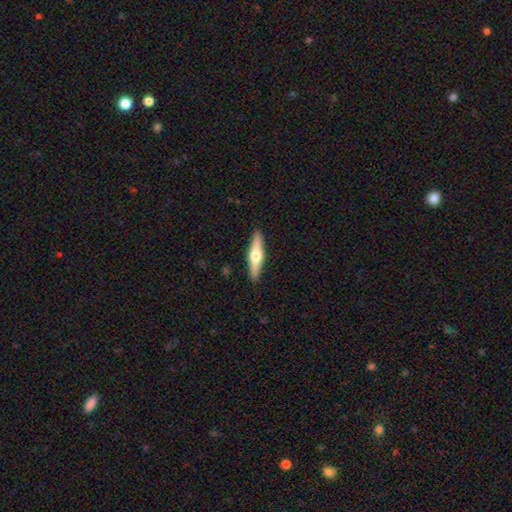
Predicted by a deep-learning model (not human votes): A featured or disk galaxy (56%) viewed edge-on (94%) with a rounded central bulge (95%). Merging: none (91%).